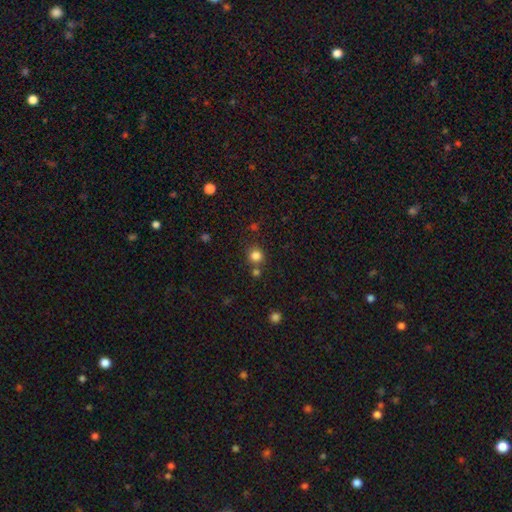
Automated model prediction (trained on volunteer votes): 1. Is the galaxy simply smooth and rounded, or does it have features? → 82% smooth, 13% star or artifact, 4% featured or disk.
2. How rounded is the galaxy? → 89% round, 10% in between, 1% cigar-shaped.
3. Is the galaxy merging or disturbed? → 75% none, 13% merger, 9% minor disturbance, 3% major disturbance.